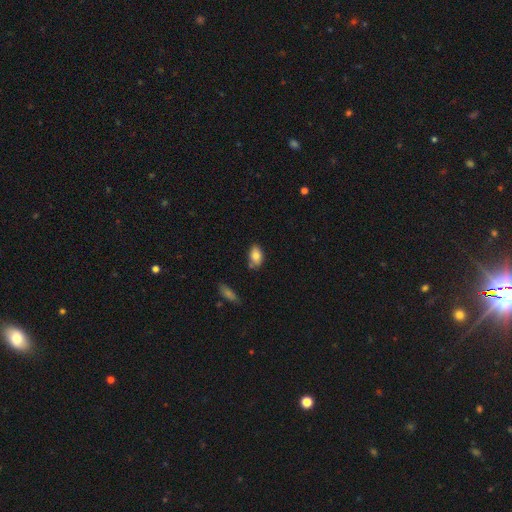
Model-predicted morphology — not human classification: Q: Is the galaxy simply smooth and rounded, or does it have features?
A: smooth — 81%.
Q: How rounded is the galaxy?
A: in between — 91%.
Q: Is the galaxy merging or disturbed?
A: none — 68%.